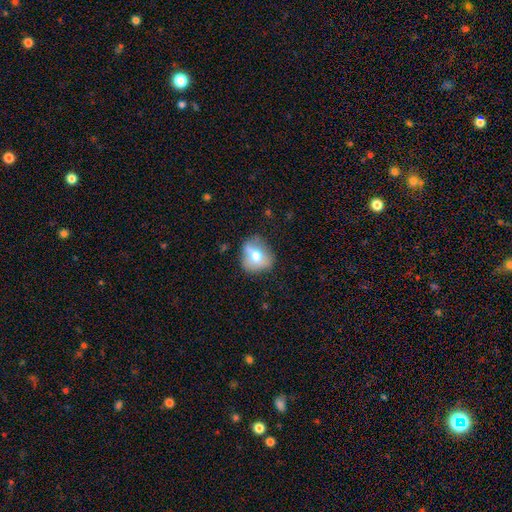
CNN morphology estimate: The model was most divided on "smooth or featured": smooth: 58%, featured or disk: 32%, star or artifact: 10%. More confident: how rounded — round (73%); merging — none (61%).